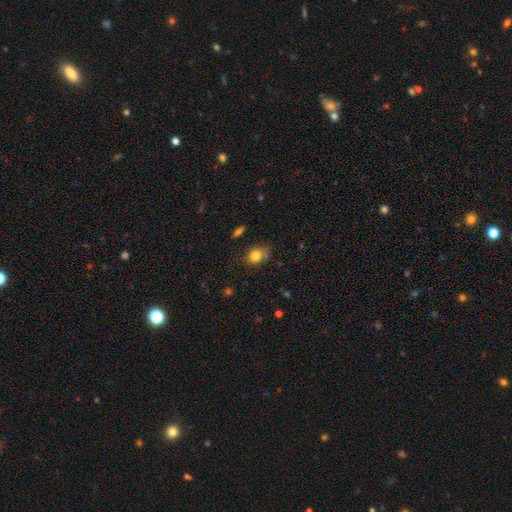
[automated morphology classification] smooth-or-featured: smooth: 82% | star or artifact: 10% | featured or disk: 9%
  how-rounded: in between: 63% | round: 36% | cigar-shaped: 2%
  merging: none: 62% | minor disturbance: 28% | major disturbance: 7% | merger: 2%